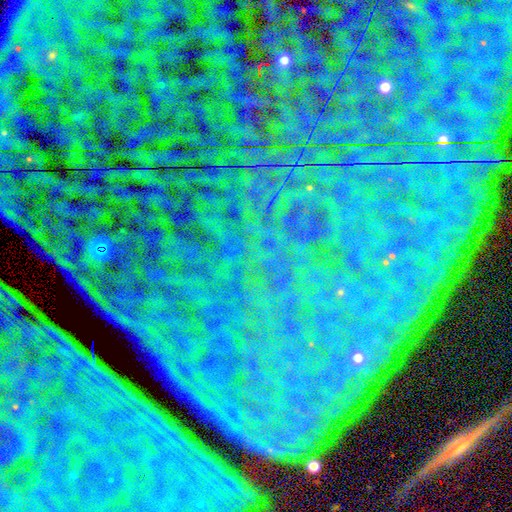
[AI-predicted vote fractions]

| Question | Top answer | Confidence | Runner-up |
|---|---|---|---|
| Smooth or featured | star or artifact | 87% | featured or disk (7%) |